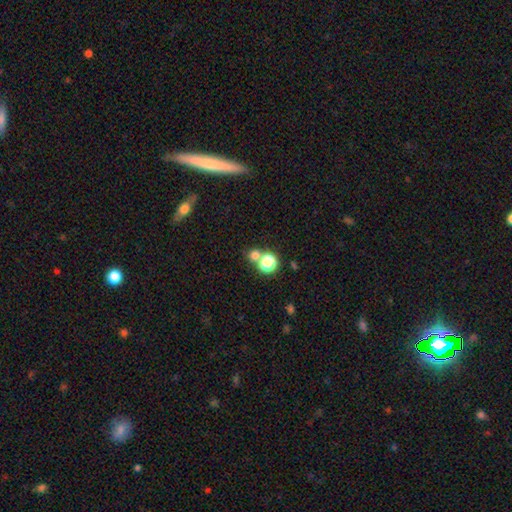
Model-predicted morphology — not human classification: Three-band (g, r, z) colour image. It shows a smooth galaxy with no disk features (69%) that is round (85%). Merging: none (56%).